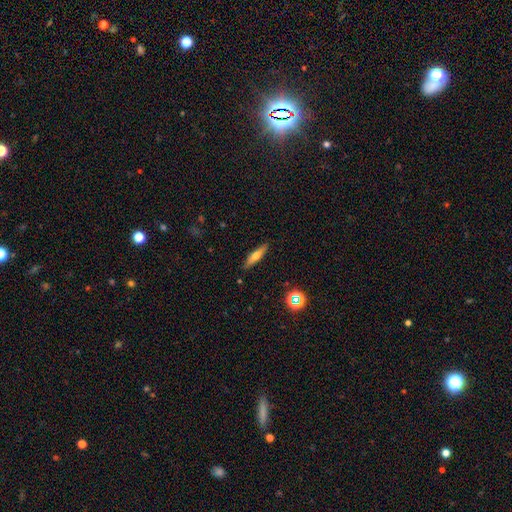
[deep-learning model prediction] smooth-or-featured: smooth: 54% | featured or disk: 37% | star or artifact: 9%
  how-rounded: cigar-shaped: 78% | in between: 20% | round: 2%
  merging: none: 88% | minor disturbance: 9% | major disturbance: 2% | merger: 1%